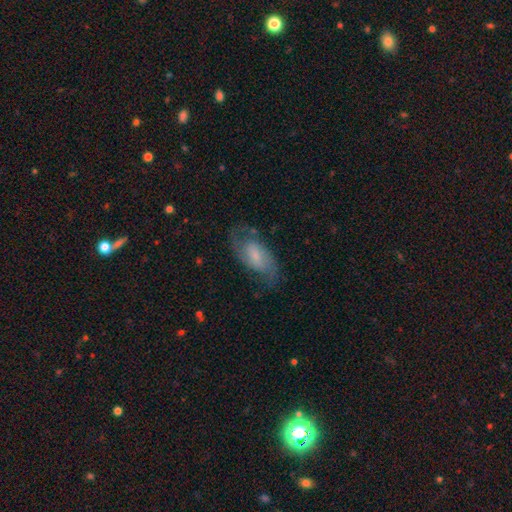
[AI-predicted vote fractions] Smooth or featured?
  - featured or disk: 69% *
  - smooth: 24%
  - star or artifact: 7%
Edge-on disk?
  - no: 95% *
  - yes: 5%
Bar?
  - weak: 49% *
  - no: 35%
  - strong: 16%
Spiral arms?
  - yes: 90% *
  - no: 10%
Spiral winding?
  - medium: 51% *
  - loose: 27%
  - tight: 22%
Spiral arm count?
  - 2: 85% *
  - can't tell: 9%
  - 1: 3%
  - 3: 2%
  - 4: 1%
  - more than 4: 1%
Bulge size?
  - small: 46% *
  - moderate: 26%
  - none: 19%
  - large: 7%
  - dominant: 2%
Merging?
  - none: 70% *
  - minor disturbance: 18%
  - major disturbance: 11%
  - merger: 1%